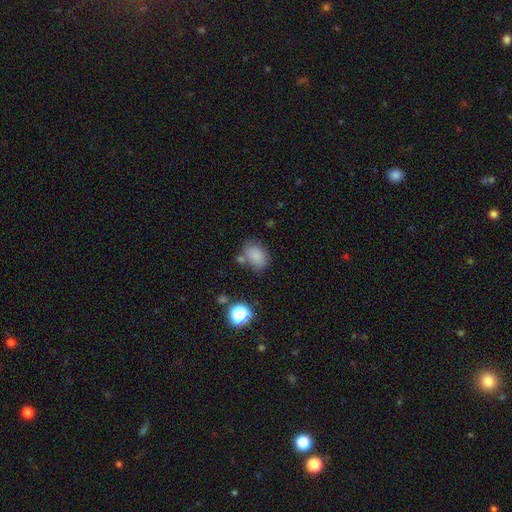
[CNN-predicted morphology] type=smooth (82%); roundness=in between (74%); merging=none (64%).